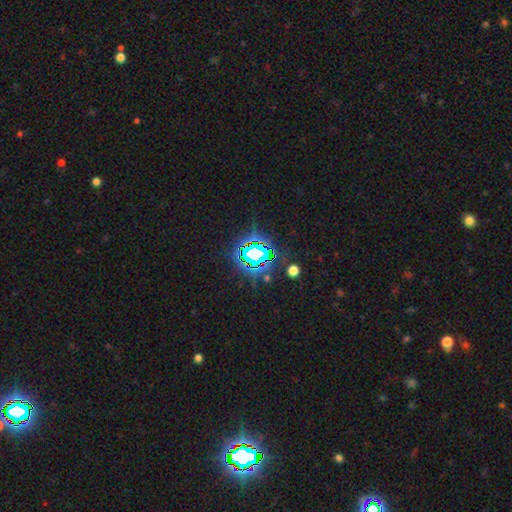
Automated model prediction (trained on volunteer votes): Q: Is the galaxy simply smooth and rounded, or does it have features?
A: star or artifact — 72%.